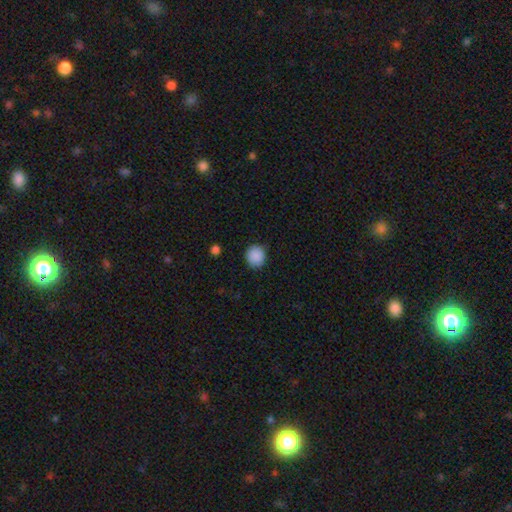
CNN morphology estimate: This is clearly a smooth galaxy (89%). How rounded: clearly round (87%). Merging: clearly none (89%).